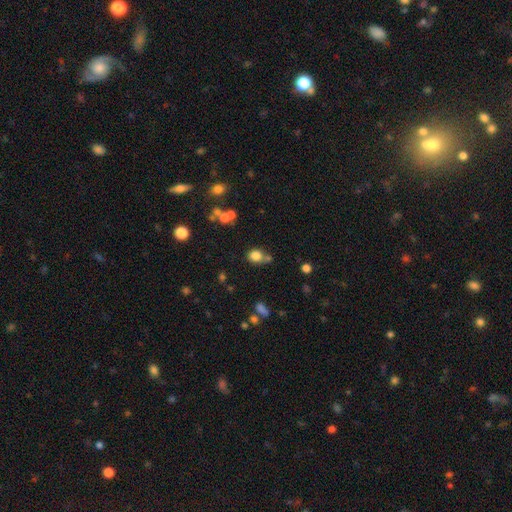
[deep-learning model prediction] This is likely a smooth galaxy (80%). How rounded: likely round (62%). Merging: possibly none (54%).